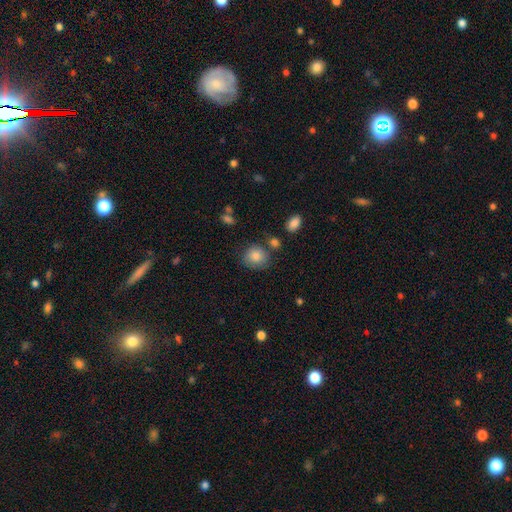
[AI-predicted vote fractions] The model was most divided on "merging": none: 73%, minor disturbance: 15%, merger: 7%, major disturbance: 5%. More confident: how rounded — round (81%); smooth or featured — smooth (81%).